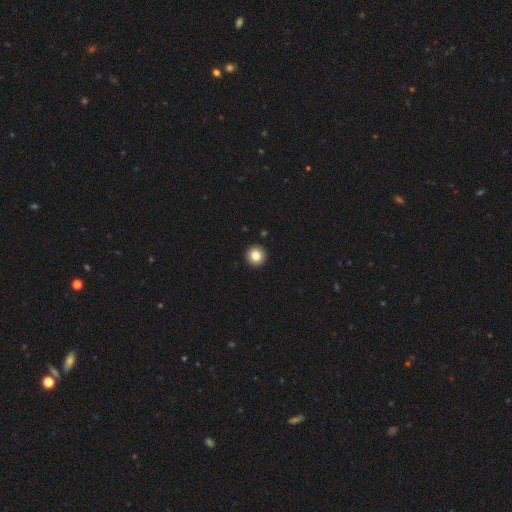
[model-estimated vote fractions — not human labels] Morphology: type=smooth (83%); roundness=round (96%); merging=none (94%).